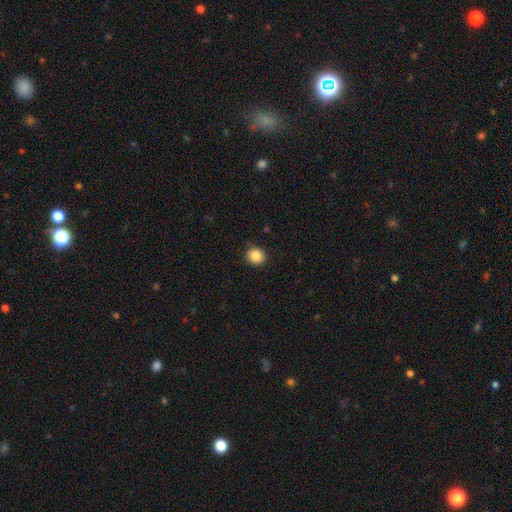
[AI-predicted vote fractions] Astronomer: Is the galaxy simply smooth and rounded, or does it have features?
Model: smooth — 86%.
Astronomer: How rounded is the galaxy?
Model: round — 91%.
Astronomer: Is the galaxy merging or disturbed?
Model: none — 91%.